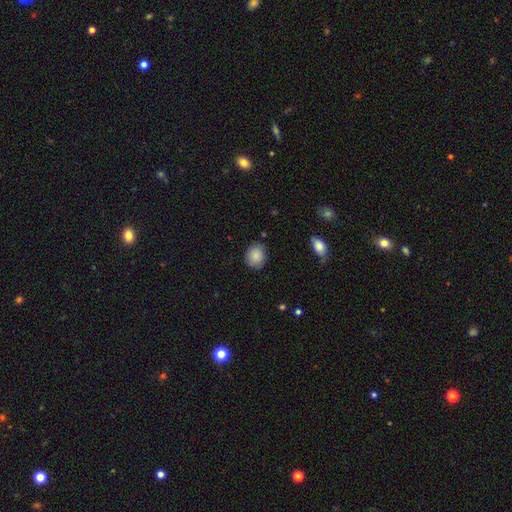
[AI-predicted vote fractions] Overall: smooth (86%). How rounded: round (64%; in between 35%). Merging: none (83%).